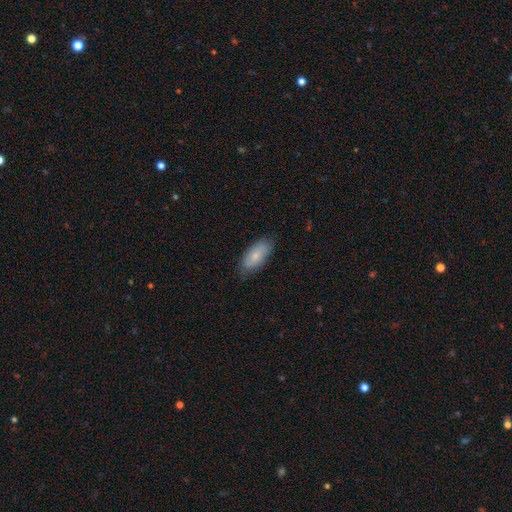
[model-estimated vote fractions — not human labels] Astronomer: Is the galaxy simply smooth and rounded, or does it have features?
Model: smooth — 75%.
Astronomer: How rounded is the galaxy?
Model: in between — 89%.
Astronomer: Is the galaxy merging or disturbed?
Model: none — 76%.